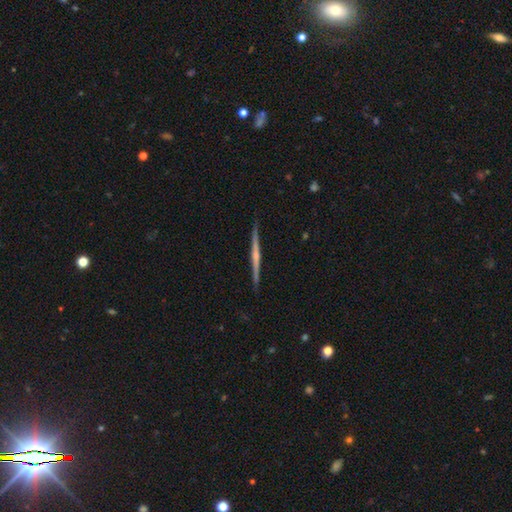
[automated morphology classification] A featured or disk galaxy (74%) viewed edge-on (98%) with a rounded central bulge (51%). Merging: none (91%).